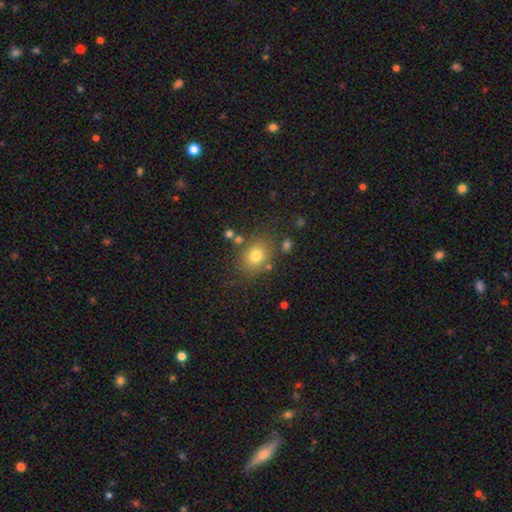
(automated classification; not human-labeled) This appears to be a smooth galaxy with no disk features (77%) that is round (56%). Merging: none (77%).